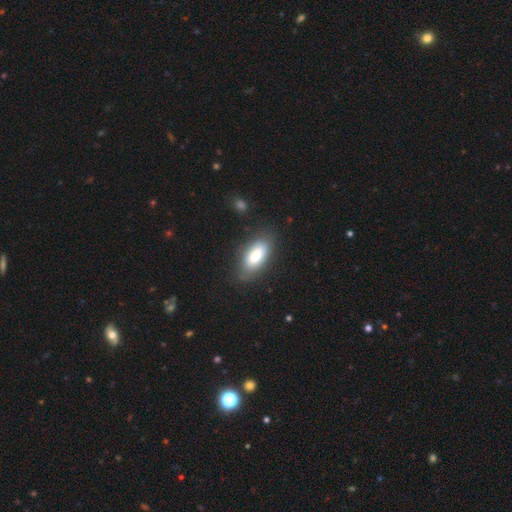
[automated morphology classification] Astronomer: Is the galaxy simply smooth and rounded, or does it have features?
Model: smooth — 77%.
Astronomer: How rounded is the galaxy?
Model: in between — 89%.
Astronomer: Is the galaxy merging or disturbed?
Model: none — 78%.